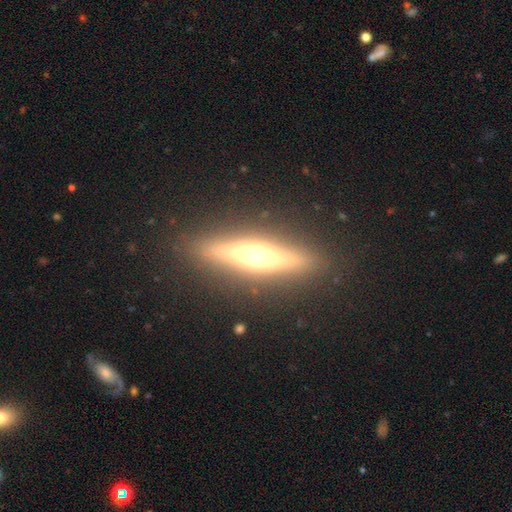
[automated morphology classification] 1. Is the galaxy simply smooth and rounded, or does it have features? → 65% featured or disk, 27% smooth, 8% star or artifact.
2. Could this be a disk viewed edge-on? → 90% yes, 10% no.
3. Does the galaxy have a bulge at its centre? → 91% rounded, 6% boxy, 4% none.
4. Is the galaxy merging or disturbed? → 88% none, 8% minor disturbance, 3% major disturbance, 1% merger.